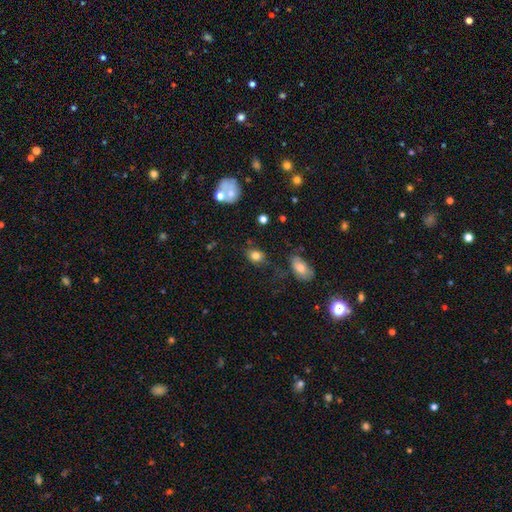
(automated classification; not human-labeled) The model was most divided on "how rounded": in between: 54%, round: 45%, cigar-shaped: 1%. More confident: smooth or featured — smooth (80%); merging — none (68%).